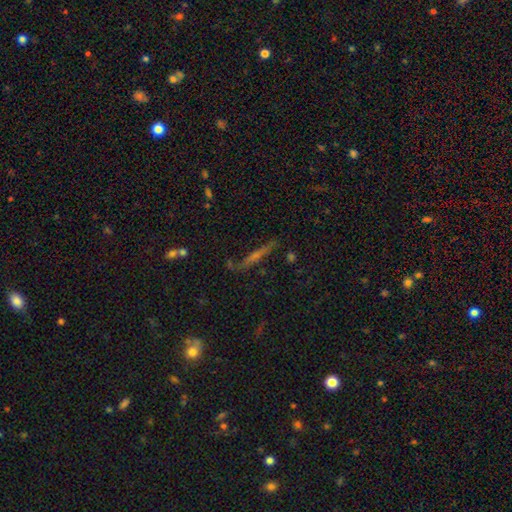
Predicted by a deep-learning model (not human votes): Smooth or featured: featured or disk — 60% (smooth — 25%)
Edge-on disk: yes — 92% (no — 8%)
Edge-on bulge: rounded — 63% (none — 29%)
Merging: none — 80% (minor disturbance — 13%)